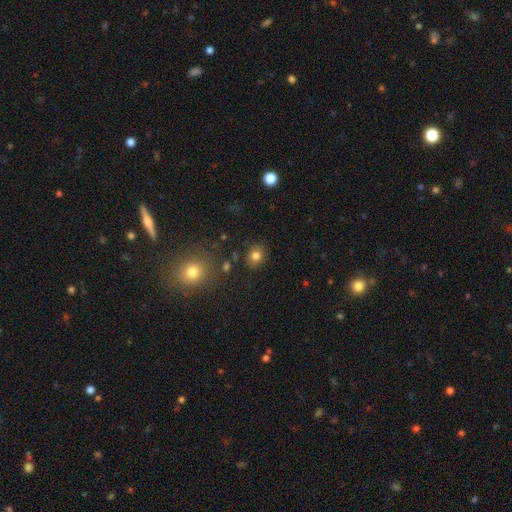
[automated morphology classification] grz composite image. It shows a smooth galaxy with no disk features (80%) that is round (68%). Merging: none (84%).